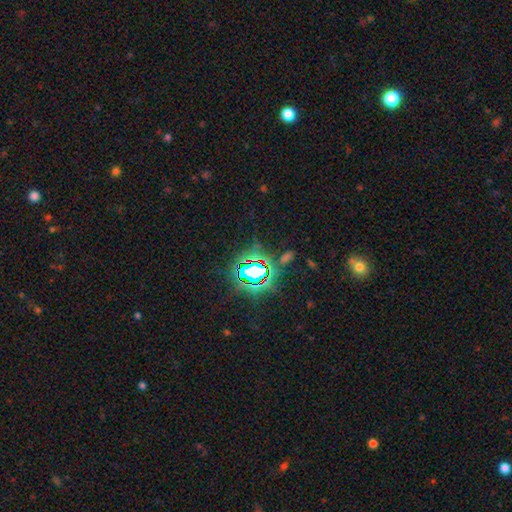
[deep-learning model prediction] This appears to be a star or artifact, not a galaxy (81%).